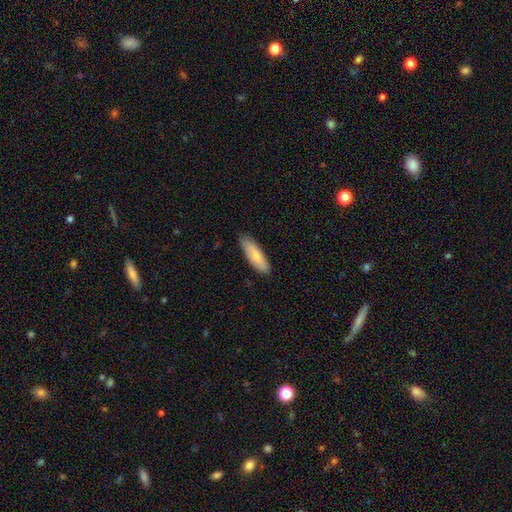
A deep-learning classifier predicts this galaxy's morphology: Q: Smooth or featured?
A: smooth (76%); runner-up: featured or disk (19%)
Q: How rounded?
A: in between (56%); runner-up: cigar-shaped (42%)
Q: Merging?
A: none (82%); runner-up: minor disturbance (14%)